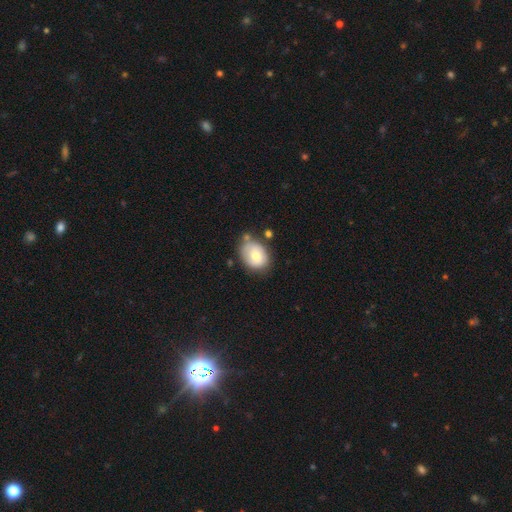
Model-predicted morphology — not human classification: A smooth galaxy with no disk features (69%) that is in between round and cigar-shaped (60%).

Vote fractions:
- Smooth or featured? smooth: 69% / featured or disk: 23% / star or artifact: 8%
- How rounded? in between: 60% / round: 39% / cigar-shaped: 1%
- Merging? none: 61% / minor disturbance: 24% / merger: 9% / major disturbance: 6%